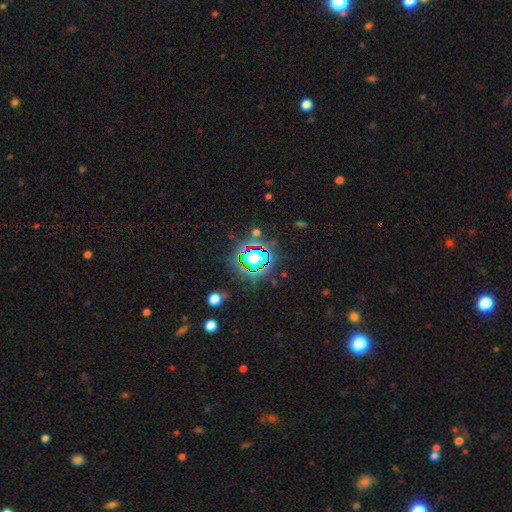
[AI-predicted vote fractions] Overall: star or artifact (68%).